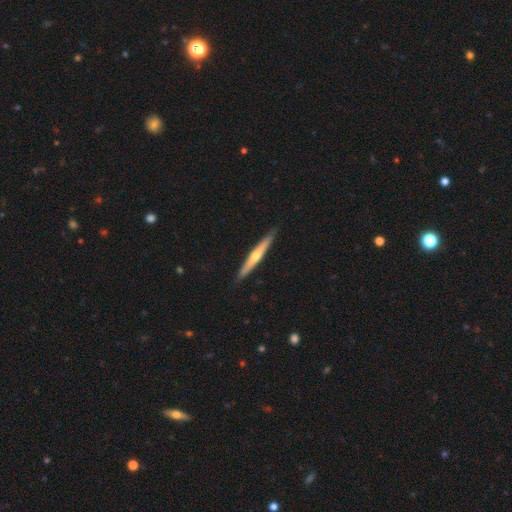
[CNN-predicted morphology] Smooth or featured?
  - featured or disk: 60% *
  - smooth: 35%
  - star or artifact: 5%
Edge-on disk?
  - yes: 97% *
  - no: 3%
Edge-on bulge?
  - rounded: 79% *
  - none: 18%
  - boxy: 3%
Merging?
  - none: 90% *
  - minor disturbance: 8%
  - major disturbance: 1%
  - merger: 1%